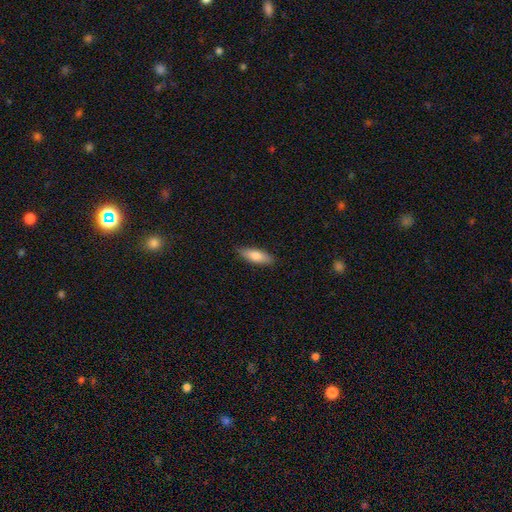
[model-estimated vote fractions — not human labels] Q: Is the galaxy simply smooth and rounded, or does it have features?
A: smooth — 78%.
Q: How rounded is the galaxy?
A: in between — 58%.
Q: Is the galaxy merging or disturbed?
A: none — 86%.